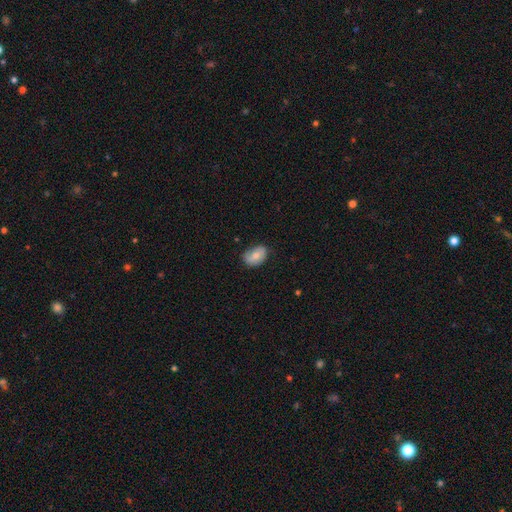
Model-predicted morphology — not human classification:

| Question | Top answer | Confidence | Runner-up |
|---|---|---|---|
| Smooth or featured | smooth | 73% | featured or disk (20%) |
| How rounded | in between | 83% | round (15%) |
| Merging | none | 66% | minor disturbance (28%) |